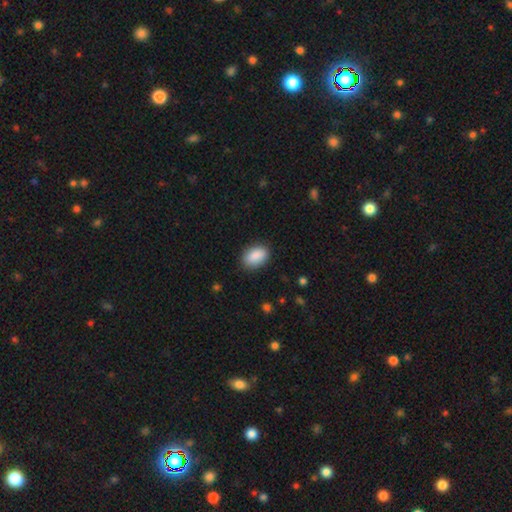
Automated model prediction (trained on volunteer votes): Overall: smooth (90%). How rounded: in between (89%). Merging: none (85%).